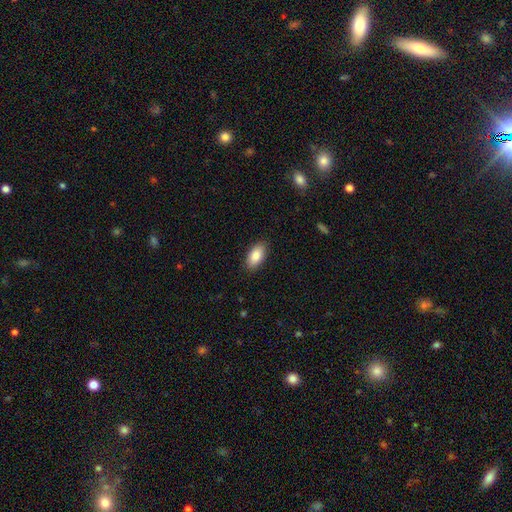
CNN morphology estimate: This appears to be a smooth galaxy with no disk features (87%) that is in between round and cigar-shaped (93%). Merging: none (88%).